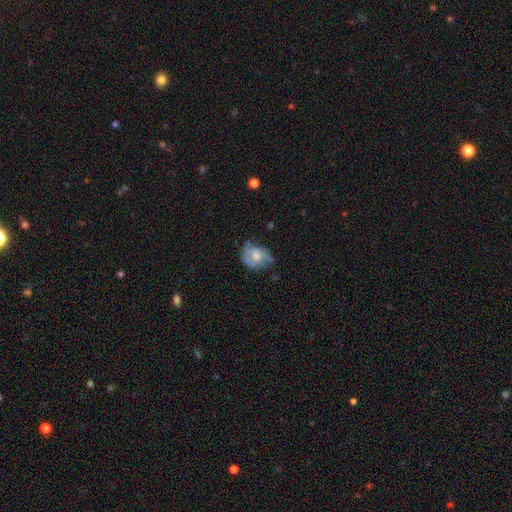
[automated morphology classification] This appears to be a featured or disk galaxy (60%) with no bar (69%), spiral arms (76%) and a moderate central bulge (54%). Merging: none (52%).